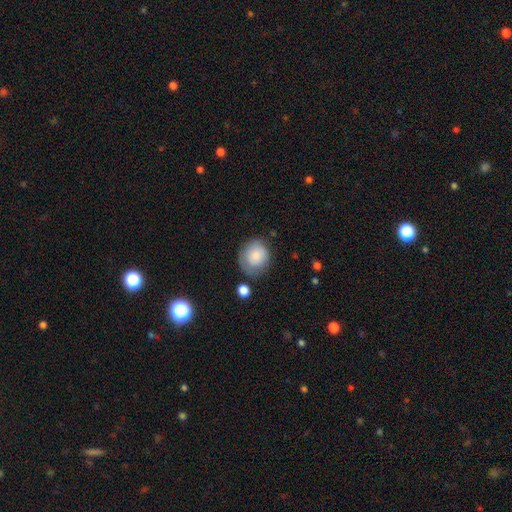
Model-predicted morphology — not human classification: Overall: smooth (80%). How rounded: round (80%). Merging: none (64%).